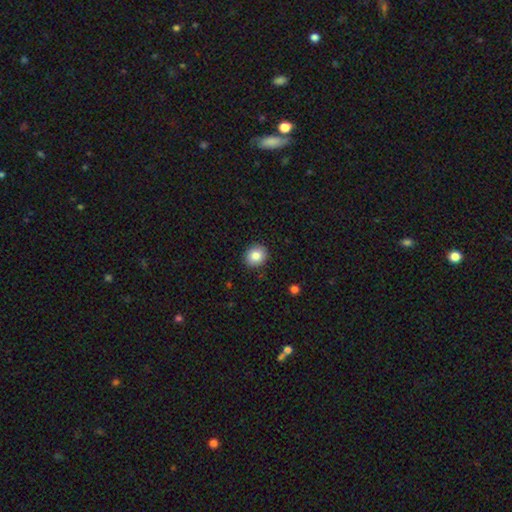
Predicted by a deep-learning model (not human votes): Morphology: type=smooth (85%); roundness=round (74%); merging=none (90%).